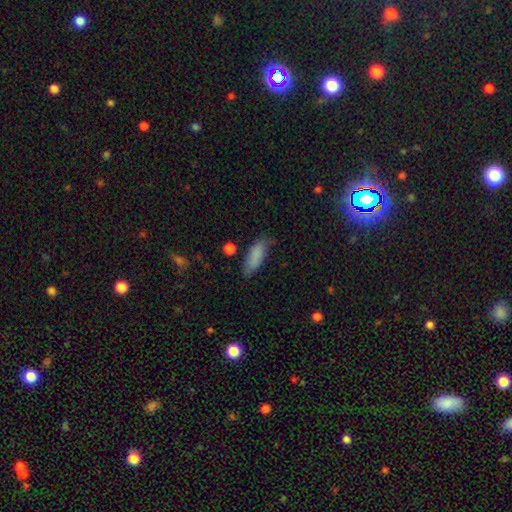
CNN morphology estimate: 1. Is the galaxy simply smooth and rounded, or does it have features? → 86% smooth, 7% featured or disk, 7% star or artifact.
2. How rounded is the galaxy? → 63% in between, 35% cigar-shaped, 2% round.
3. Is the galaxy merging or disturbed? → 75% none, 19% minor disturbance, 4% major disturbance, 2% merger.